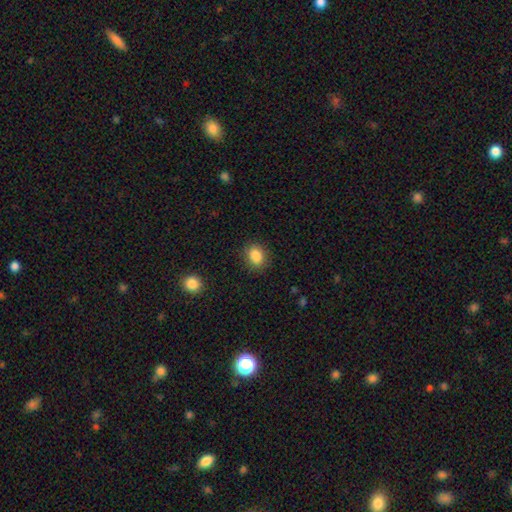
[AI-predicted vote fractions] Smooth or featured? Predicted: smooth (p=0.86). How rounded? Predicted: round (p=0.51). Merging? Predicted: none (p=0.86).